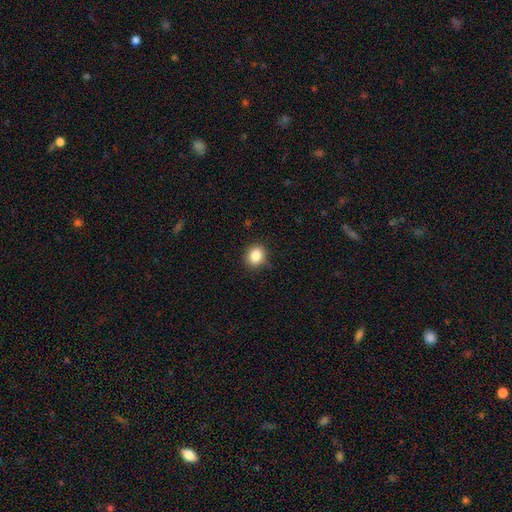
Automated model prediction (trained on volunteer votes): Morphology: type=smooth (85%); roundness=round (72%); merging=none (88%).